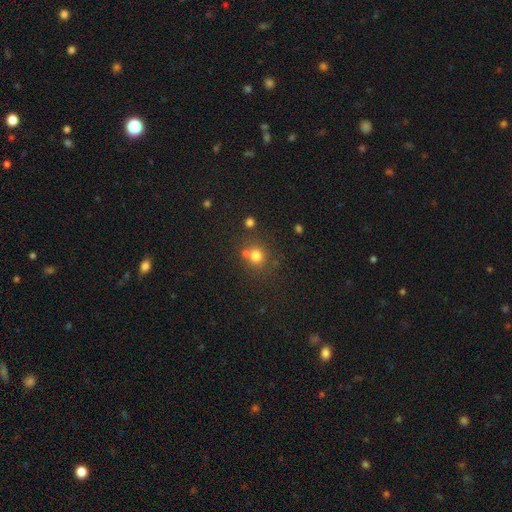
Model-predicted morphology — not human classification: type=smooth (75%); roundness=round (86%); merging=none (64%).